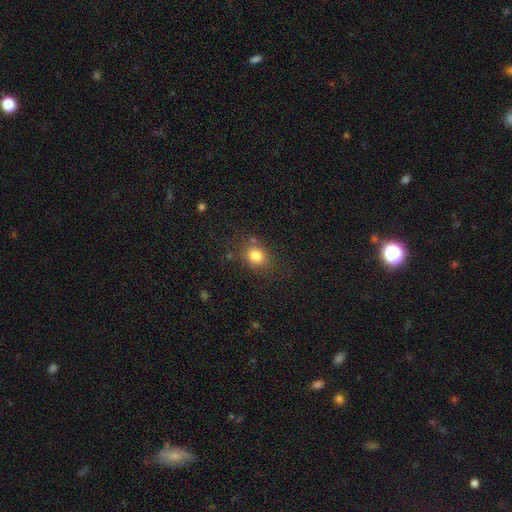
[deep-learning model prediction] A smooth galaxy with no disk features (81%) that is round (66%). Merging: none (77%).